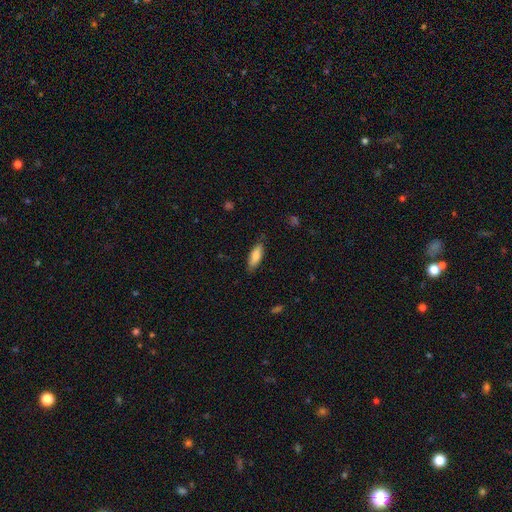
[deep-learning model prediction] Smooth or featured?
  - smooth: 82% *
  - featured or disk: 11%
  - star or artifact: 6%
How rounded?
  - in between: 62% *
  - cigar-shaped: 36%
  - round: 2%
Merging?
  - none: 83% *
  - minor disturbance: 13%
  - major disturbance: 2%
  - merger: 1%